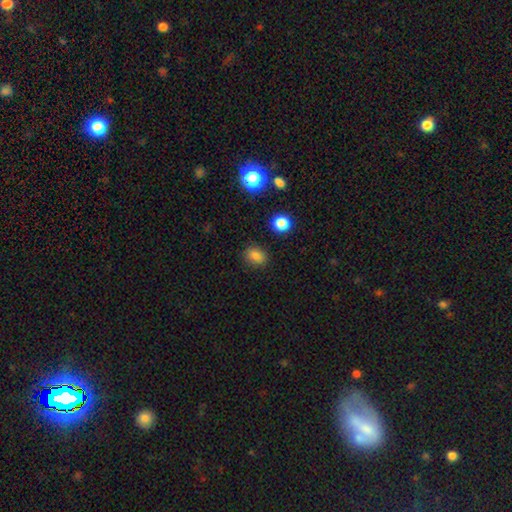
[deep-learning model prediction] A smooth galaxy with no disk features (81%) that is in between round and cigar-shaped (59%). Merging: none (86%).